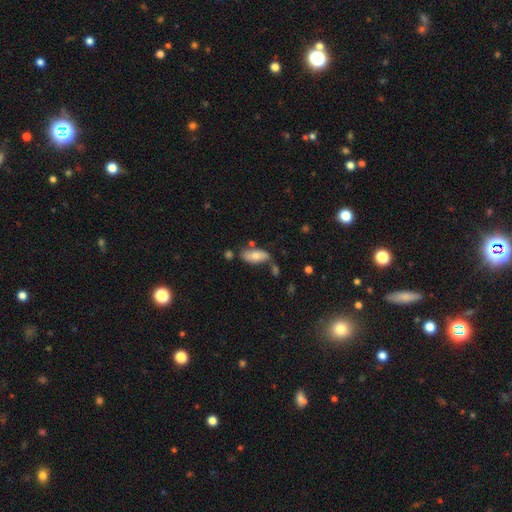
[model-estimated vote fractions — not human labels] A smooth galaxy with no disk features (70%) that is in between round and cigar-shaped (84%). Merging: none (63%).